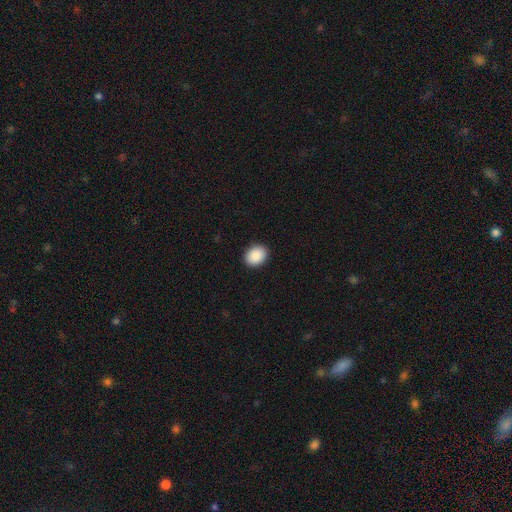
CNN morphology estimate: smooth 90%, star or artifact 7%, featured or disk 3%. Down the decision tree: how rounded — in between (56%); merging — none (91%).